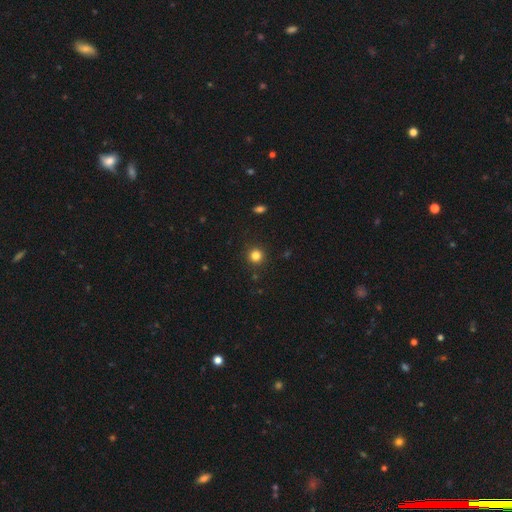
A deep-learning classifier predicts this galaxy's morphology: Smooth or featured? Predicted: smooth (p=0.82). How rounded? Predicted: round (p=0.94). Merging? Predicted: none (p=0.91).